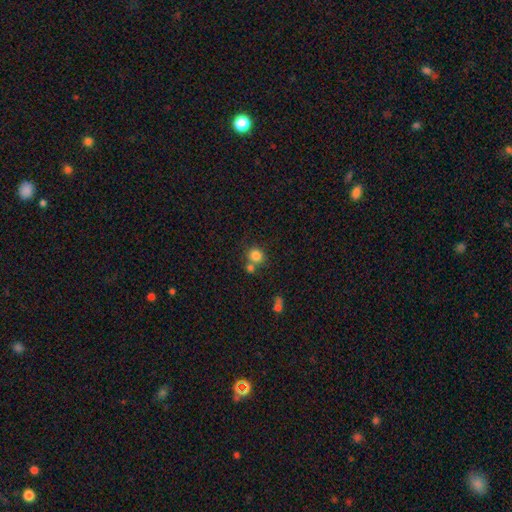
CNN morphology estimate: Smooth or featured? smooth (81%)
How rounded? round (87%)
Merging? none (60%)